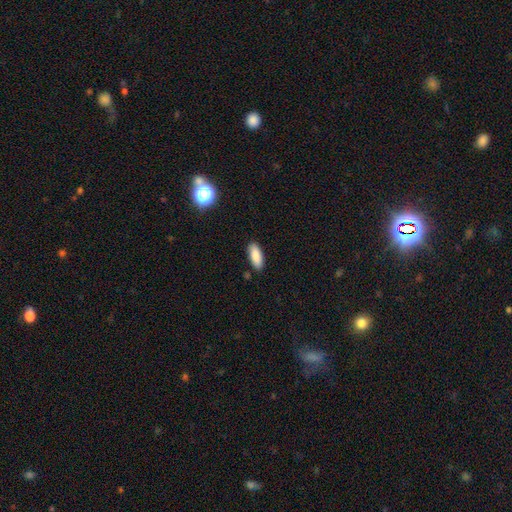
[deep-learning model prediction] Smooth or featured?
  - smooth: 88% *
  - star or artifact: 7%
  - featured or disk: 6%
How rounded?
  - in between: 78% *
  - cigar-shaped: 20%
  - round: 2%
Merging?
  - none: 87% *
  - minor disturbance: 9%
  - major disturbance: 2%
  - merger: 2%